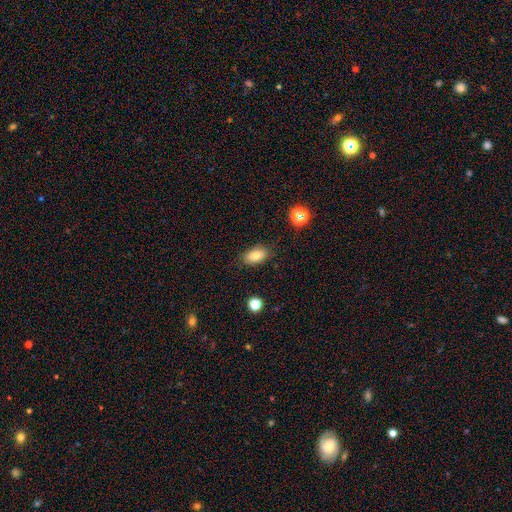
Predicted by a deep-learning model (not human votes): This appears to be a smooth galaxy with no disk features (81%) that is in between round and cigar-shaped (91%). Merging: none (83%).